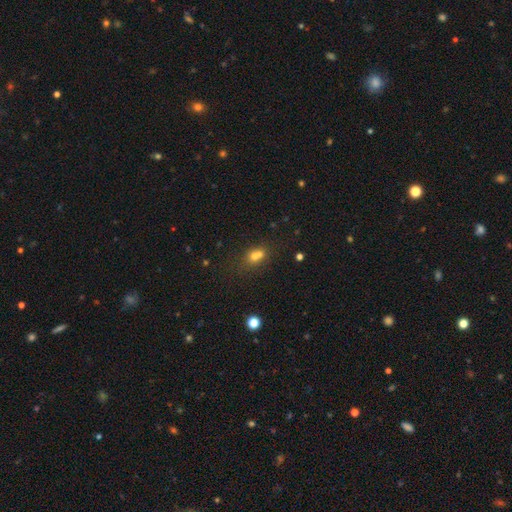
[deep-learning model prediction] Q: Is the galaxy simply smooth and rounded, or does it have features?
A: smooth — 65%.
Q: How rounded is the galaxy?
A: round — 56%.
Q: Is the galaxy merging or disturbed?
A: merger — 54%.